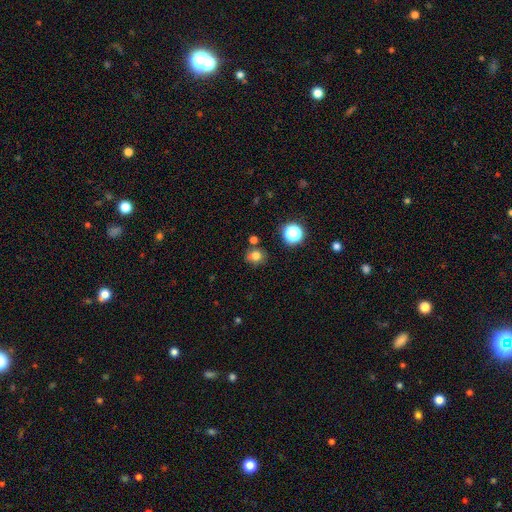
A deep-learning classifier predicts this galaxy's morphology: Smooth or featured? Predicted: smooth (p=0.76). How rounded? Predicted: round (p=0.66). Merging? Predicted: none (p=0.74).